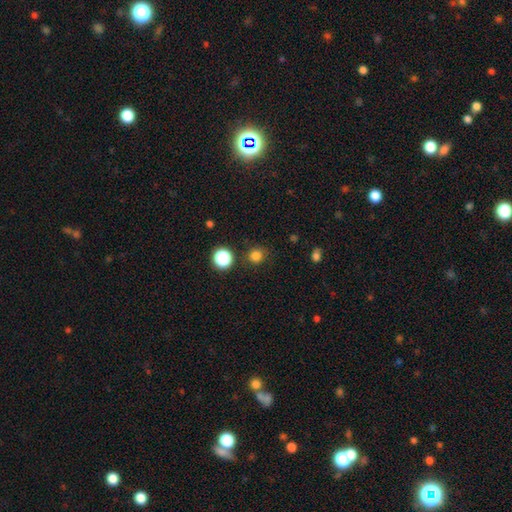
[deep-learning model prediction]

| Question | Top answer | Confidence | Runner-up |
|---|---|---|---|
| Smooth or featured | smooth | 80% | star or artifact (16%) |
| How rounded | round | 91% | in between (8%) |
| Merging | none | 82% | minor disturbance (11%) |